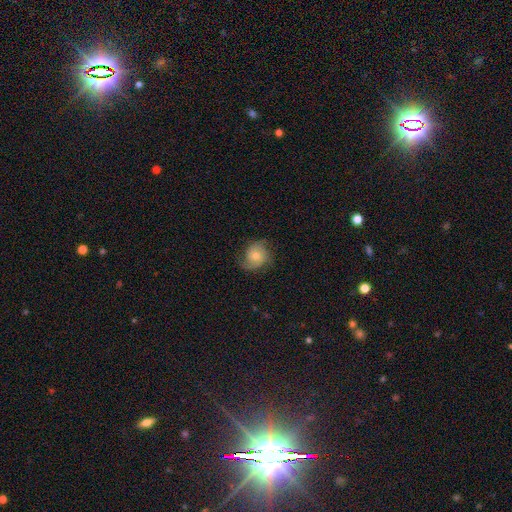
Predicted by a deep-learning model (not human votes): This appears to be a featured or disk galaxy (64%) with no bar (75%), 2 (62%) medium (43%) spiral arms (93%) and a moderate central bulge (56%). Merging: none (70%).